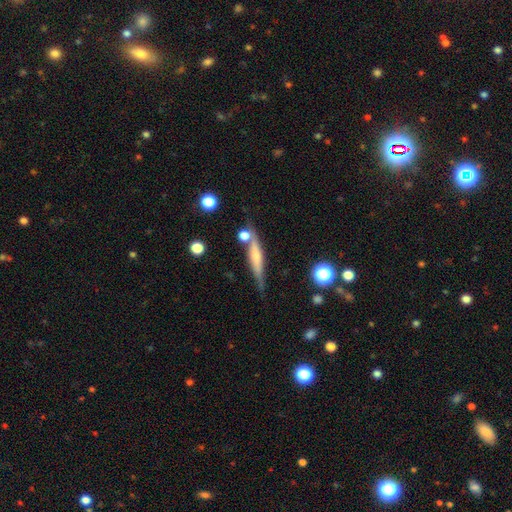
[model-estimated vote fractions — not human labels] Smooth or featured? featured or disk (50%)
Edge-on disk? yes (93%)
Merging? none (65%)